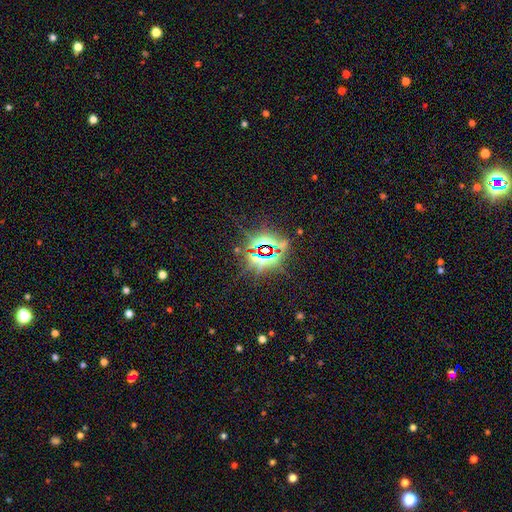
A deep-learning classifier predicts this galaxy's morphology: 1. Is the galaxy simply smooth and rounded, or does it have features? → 83% star or artifact, 9% smooth, 8% featured or disk.